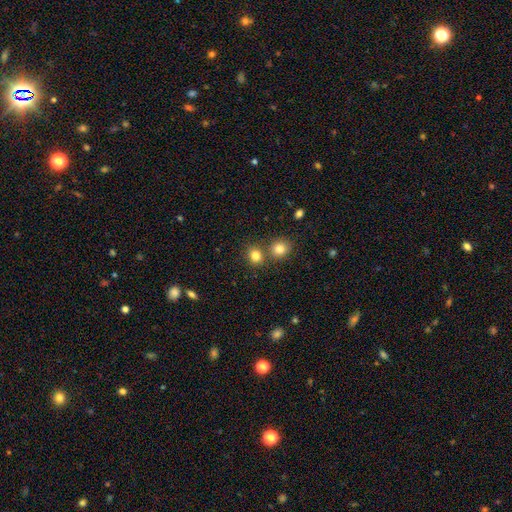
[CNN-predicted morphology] type=smooth (82%); roundness=round (72%); merging=none (64%).